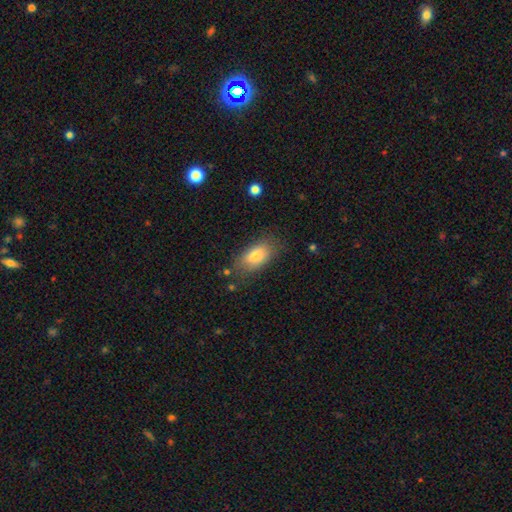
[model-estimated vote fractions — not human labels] smooth-or-featured: smooth: 80% | featured or disk: 12% | star or artifact: 8%
  how-rounded: in between: 88% | cigar-shaped: 7% | round: 5%
  merging: none: 77% | minor disturbance: 16% | major disturbance: 5% | merger: 2%